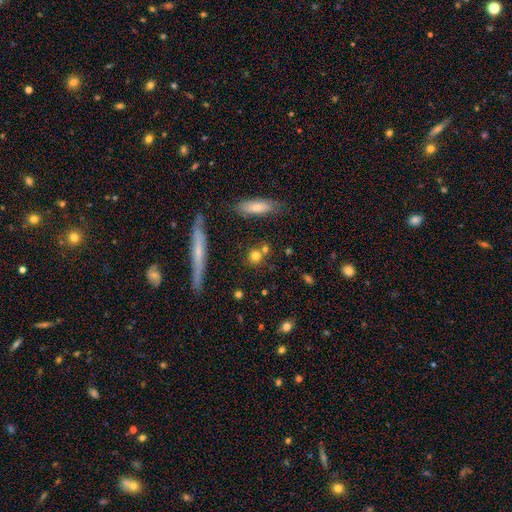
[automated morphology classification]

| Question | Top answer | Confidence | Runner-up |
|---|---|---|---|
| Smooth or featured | smooth | 74% | featured or disk (13%) |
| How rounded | round | 79% | in between (12%) |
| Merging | none | 72% | merger (15%) |